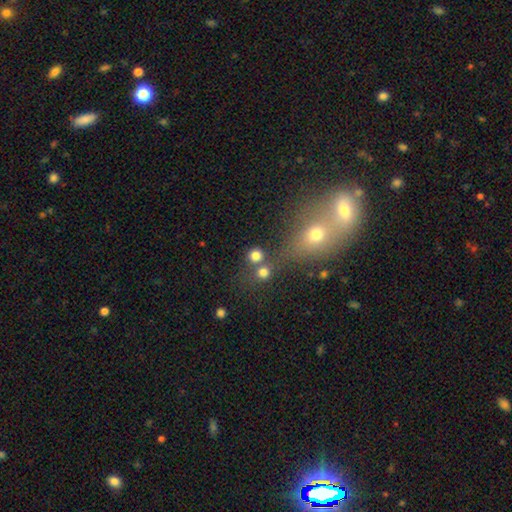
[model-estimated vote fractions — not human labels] Smooth or featured? Predicted: smooth (p=0.78). How rounded? Predicted: round (p=0.91). Merging? Predicted: none (p=0.65).